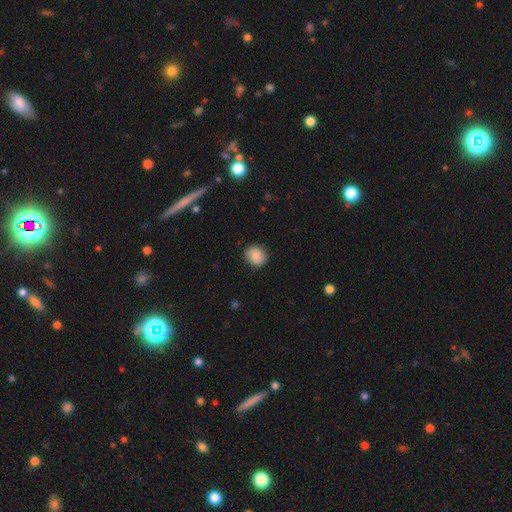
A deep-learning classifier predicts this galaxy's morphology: A smooth galaxy with no disk features (84%) that is round (73%). Merging: none (88%).